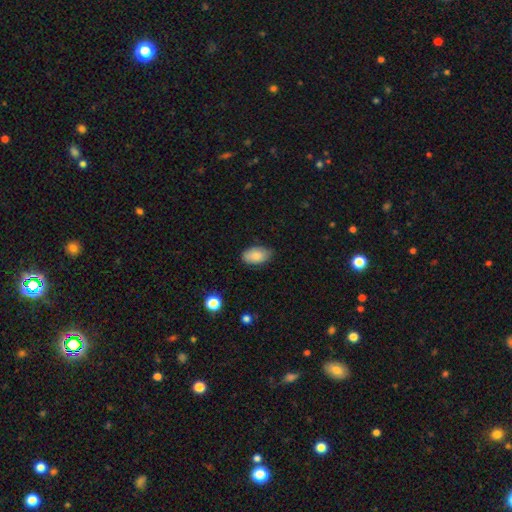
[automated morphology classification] type=smooth (85%); roundness=in between (93%); merging=none (76%).